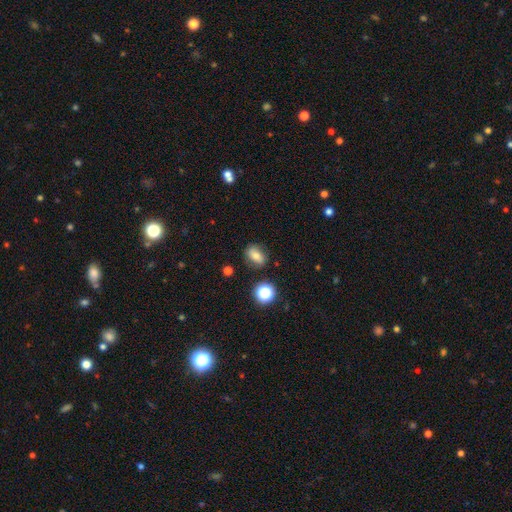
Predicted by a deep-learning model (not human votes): Smooth or featured? Predicted: smooth (p=0.67). How rounded? Predicted: in between (p=0.66). Merging? Predicted: none (p=0.79).